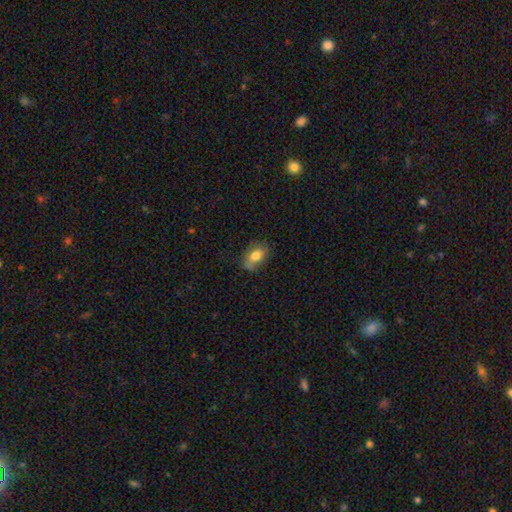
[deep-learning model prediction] Overall: smooth (75%). How rounded: in between (85%). Merging: none (63%; minor disturbance 24%).